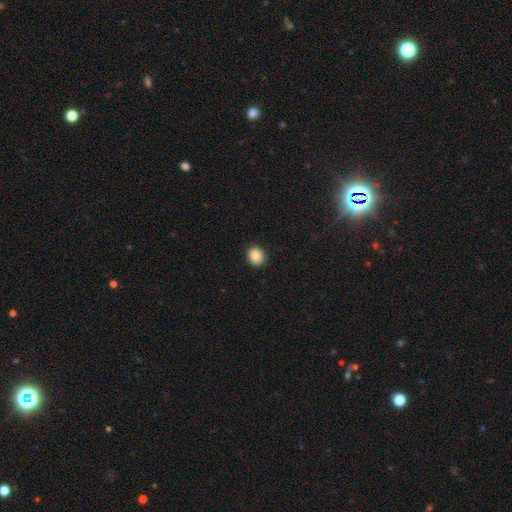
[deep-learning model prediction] smooth 87%, star or artifact 9%, featured or disk 4%. Down the decision tree: how rounded — round (70%); merging — none (91%).